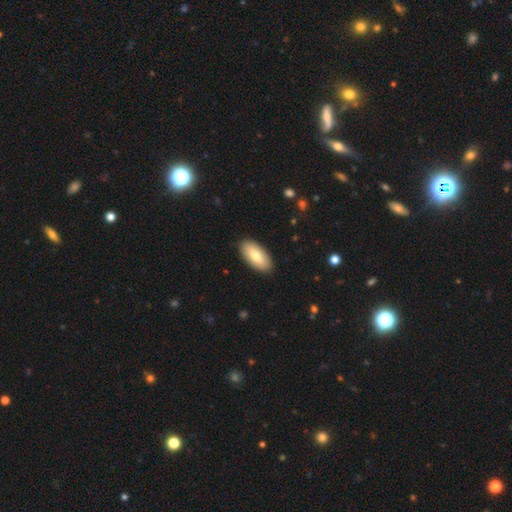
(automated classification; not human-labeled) This appears to be a smooth galaxy with no disk features (77%) that is in between round and cigar-shaped (92%). Merging: none (90%).